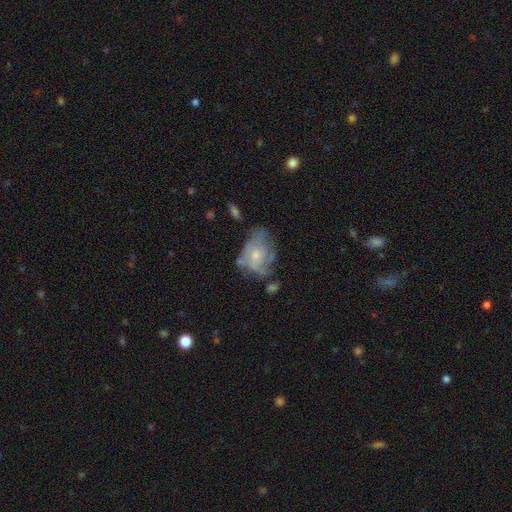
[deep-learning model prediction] featured or disk 62%, smooth 29%, star or artifact 9%. Down the decision tree: edge-on disk — no (97%); bar — no (82%); spiral arms — yes (61%); bulge size — small (49%); merging — none (42%).